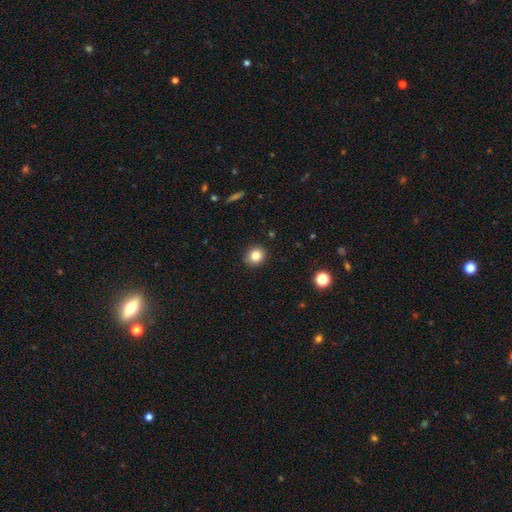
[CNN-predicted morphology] Smooth or featured? Predicted: smooth (p=0.82). How rounded? Predicted: round (p=0.81). Merging? Predicted: none (p=0.90).